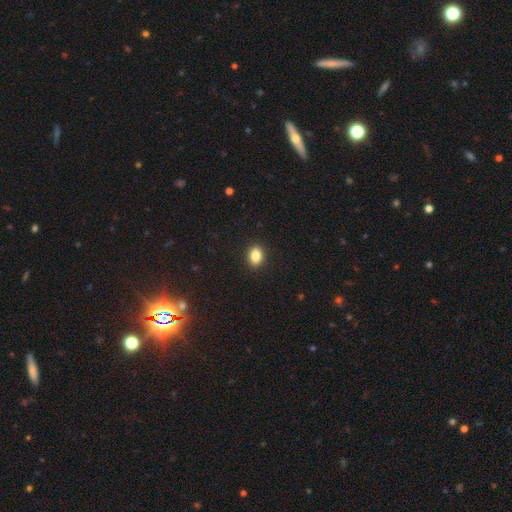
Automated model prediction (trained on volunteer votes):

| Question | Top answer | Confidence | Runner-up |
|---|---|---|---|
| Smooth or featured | smooth | 85% | star or artifact (9%) |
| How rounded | in between | 74% | round (25%) |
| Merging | none | 90% | minor disturbance (7%) |